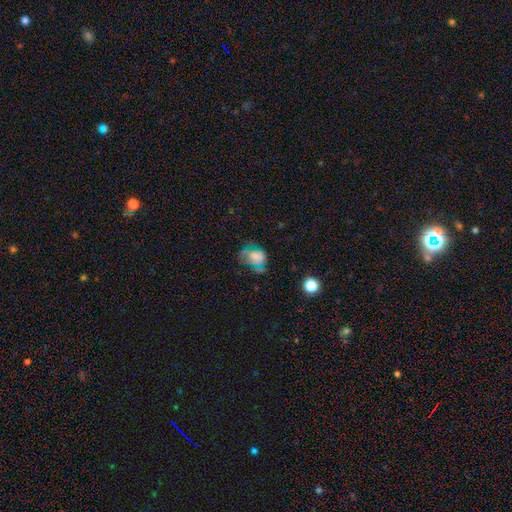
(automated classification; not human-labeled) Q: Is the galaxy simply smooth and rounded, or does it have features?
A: smooth — 57%.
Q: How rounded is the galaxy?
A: in between — 60%.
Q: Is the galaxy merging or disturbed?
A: none — 39%.